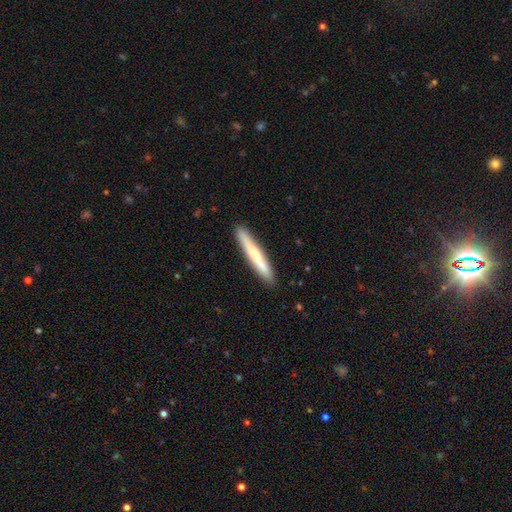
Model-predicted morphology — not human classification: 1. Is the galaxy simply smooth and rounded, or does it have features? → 66% smooth, 29% featured or disk, 5% star or artifact.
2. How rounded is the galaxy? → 96% cigar-shaped, 3% in between, 1% round.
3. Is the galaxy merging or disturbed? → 90% none, 8% minor disturbance, 1% major disturbance, 1% merger.